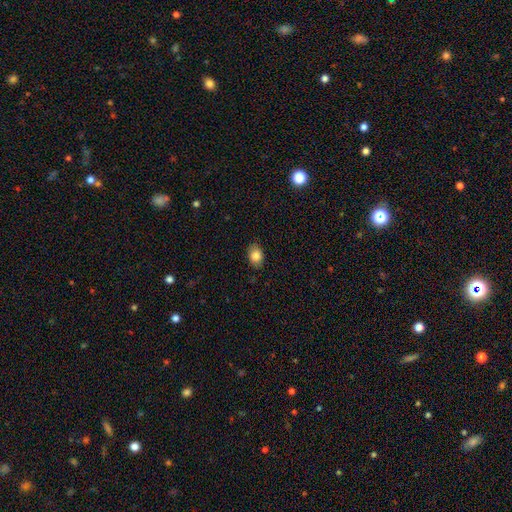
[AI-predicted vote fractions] Smooth or featured: smooth — 84% (star or artifact — 8%)
How rounded: in between — 77% (round — 21%)
Merging: none — 84% (minor disturbance — 13%)